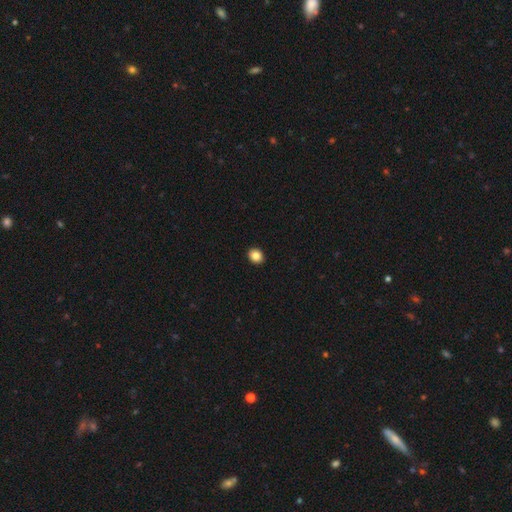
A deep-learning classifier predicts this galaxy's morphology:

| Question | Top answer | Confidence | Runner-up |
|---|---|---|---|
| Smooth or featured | smooth | 85% | star or artifact (10%) |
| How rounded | round | 65% | in between (34%) |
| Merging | none | 93% | minor disturbance (5%) |